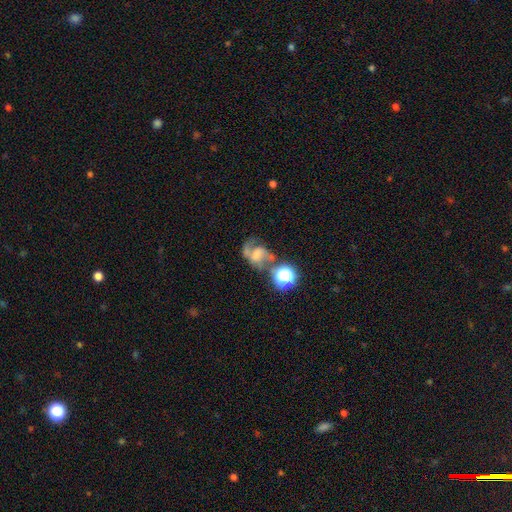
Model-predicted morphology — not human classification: smooth_or_featured: featured or disk (p=0.63) [alt: star or artifact p=0.20]
disk_edge_on: no (p=0.97) [alt: yes p=0.03]
bar: no (p=0.43) [alt: weak p=0.41]
has_spiral_arms: yes (p=0.87) [alt: no p=0.13]
spiral_winding: medium (p=0.46) [alt: loose p=0.38]
spiral_arm_count: 2 (p=0.78) [alt: can't tell p=0.09]
bulge_size: small (p=0.33) [alt: moderate p=0.31]
merging: none (p=0.45) [alt: merger p=0.20]